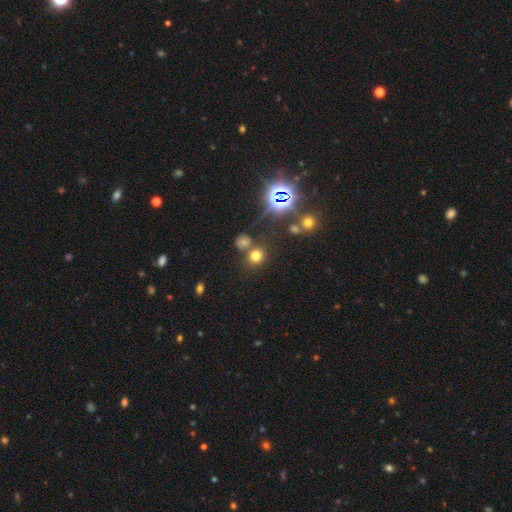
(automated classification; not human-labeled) A smooth galaxy with no disk features (65%) that is round (82%). Merging: none (69%).